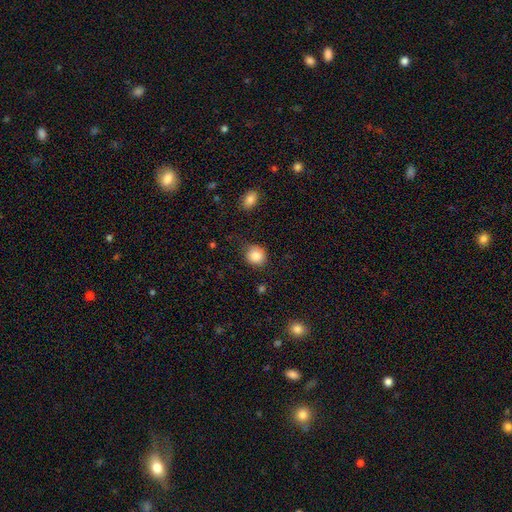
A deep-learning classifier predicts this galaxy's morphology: Smooth or featured?
  - smooth: 86% *
  - star or artifact: 9%
  - featured or disk: 5%
How rounded?
  - round: 83% *
  - in between: 16%
  - cigar-shaped: 1%
Merging?
  - none: 79% *
  - minor disturbance: 15%
  - major disturbance: 4%
  - merger: 2%